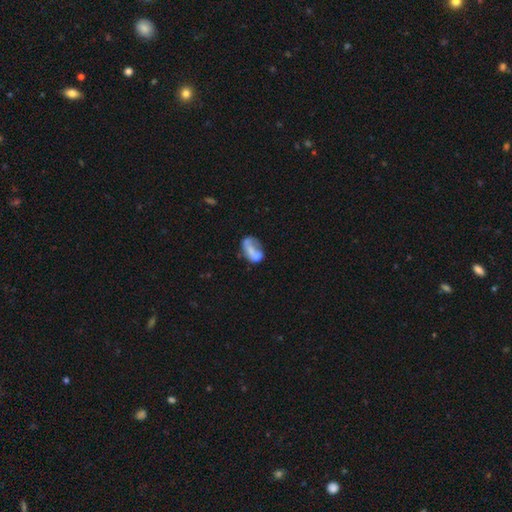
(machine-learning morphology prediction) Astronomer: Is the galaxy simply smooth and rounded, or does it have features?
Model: smooth — 48% (runner-up: featured or disk, 41%).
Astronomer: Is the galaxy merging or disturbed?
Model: merger — 32% (runner-up: none, 27%).